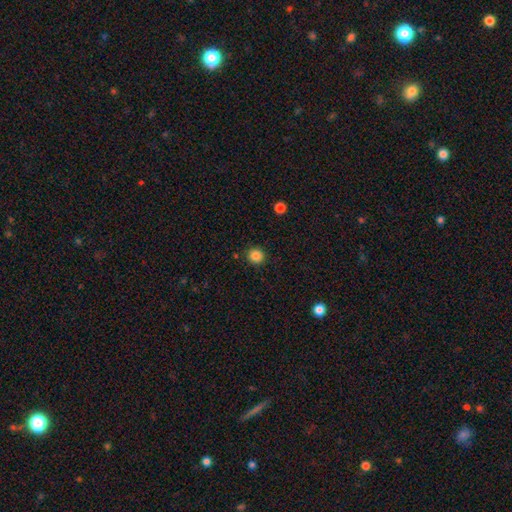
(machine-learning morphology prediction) The model was most divided on "smooth or featured": smooth: 86%, star or artifact: 11%, featured or disk: 3%. More confident: how rounded — round (93%); merging — none (91%).